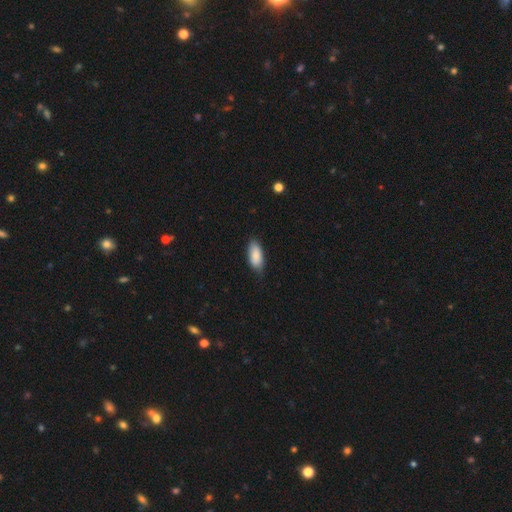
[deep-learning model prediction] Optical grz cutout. It shows a smooth galaxy with no disk features (87%) that is in between round and cigar-shaped (88%). Merging: none (73%).